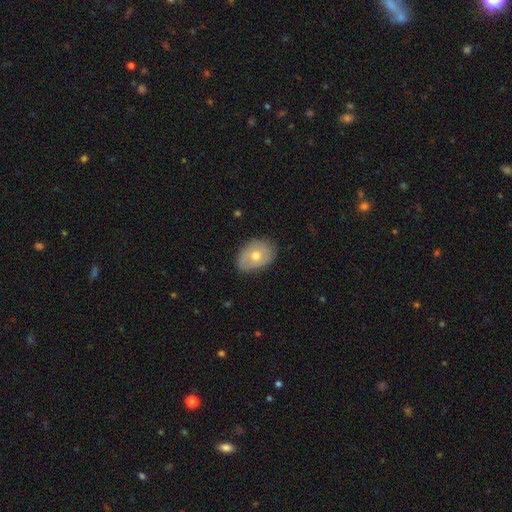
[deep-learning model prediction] The model was most divided on "smooth or featured": smooth: 59%, featured or disk: 34%, star or artifact: 7%. More confident: merging — none (75%); how rounded — in between (73%).